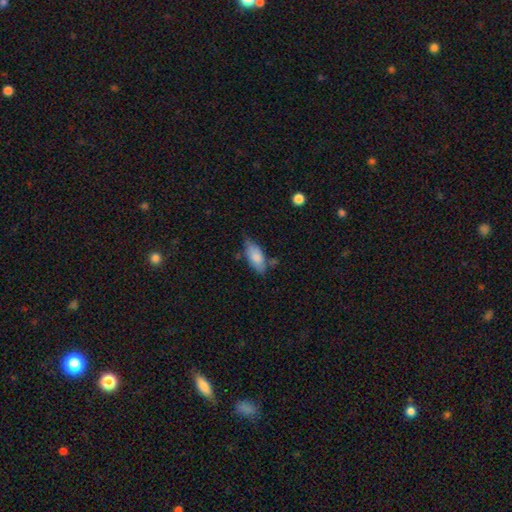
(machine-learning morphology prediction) smooth 80%, featured or disk 14%, star or artifact 6%. Down the decision tree: how rounded — in between (83%); merging — none (57%).